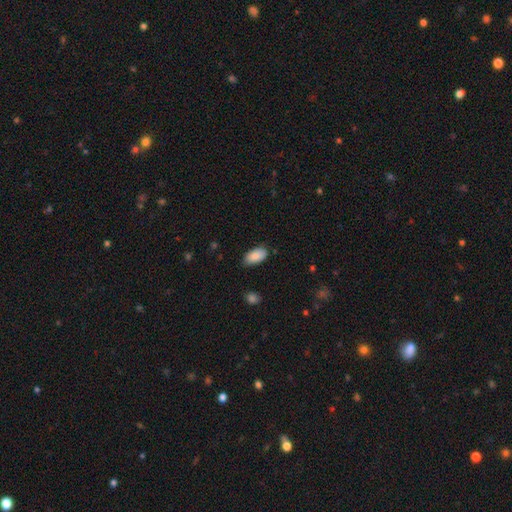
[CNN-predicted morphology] A smooth galaxy with no disk features (87%) that is in between round and cigar-shaped (94%). Merging: none (79%).